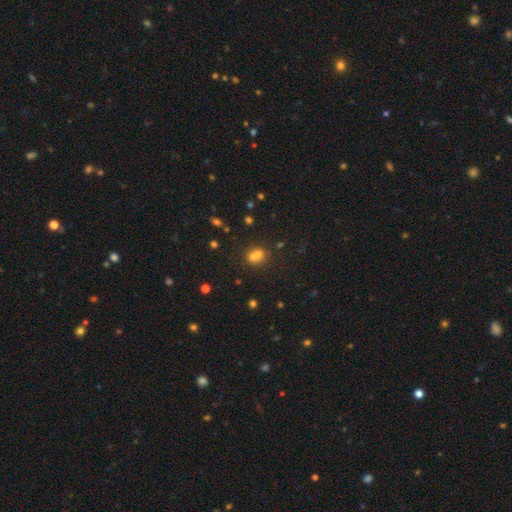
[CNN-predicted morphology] smooth 66%, star or artifact 18%, featured or disk 16%. Down the decision tree: how rounded — round (61%); merging — merger (55%).